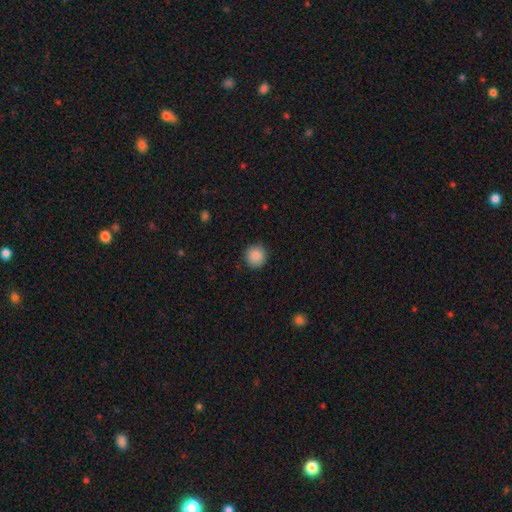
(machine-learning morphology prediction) Smooth or featured? smooth (87%)
How rounded? round (93%)
Merging? none (90%)